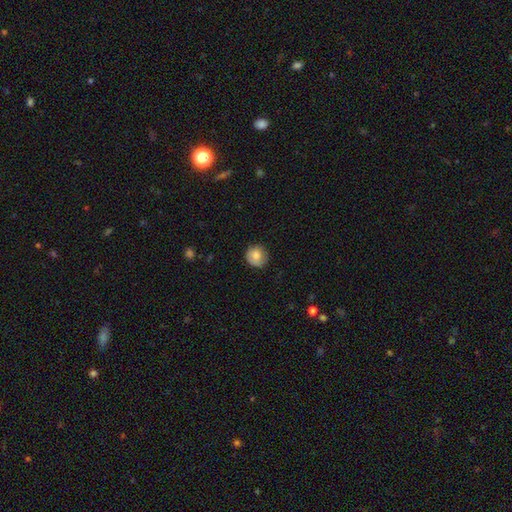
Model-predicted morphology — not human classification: Smooth or featured? Predicted: smooth (p=0.80). How rounded? Predicted: round (p=0.89). Merging? Predicted: none (p=0.77).